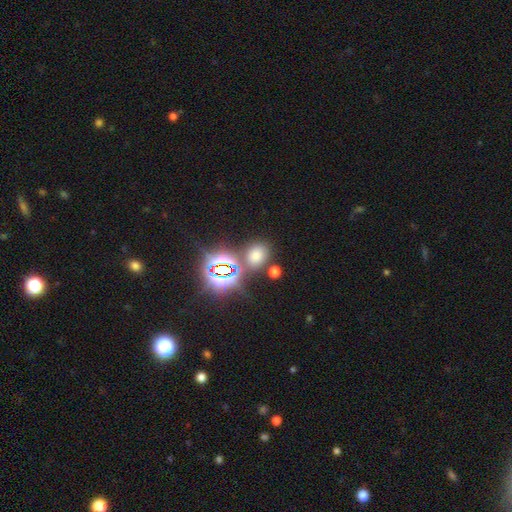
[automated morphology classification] A smooth galaxy with no disk features (58%) that is in between round and cigar-shaped (50%). Merging: none (74%).